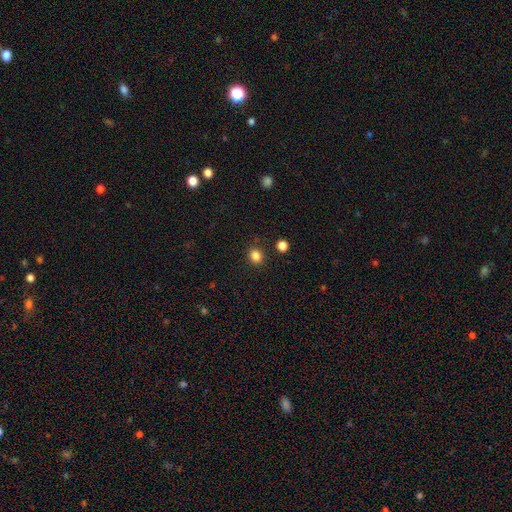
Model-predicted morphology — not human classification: smooth 84%, star or artifact 12%, featured or disk 4%. Down the decision tree: how rounded — round (68%); merging — none (86%).